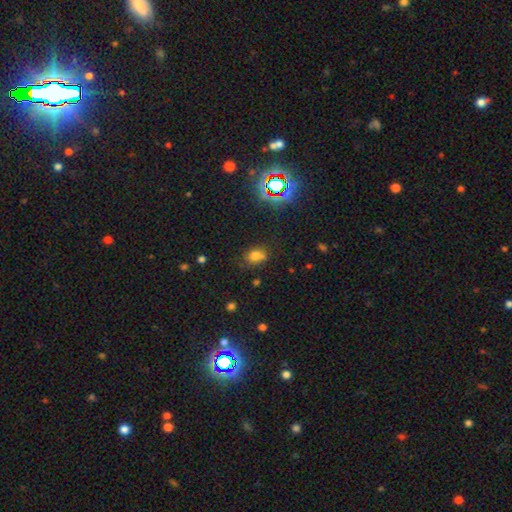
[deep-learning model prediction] Overall: smooth (68%). How rounded: in between (61%; round 37%). Merging: none (65%).